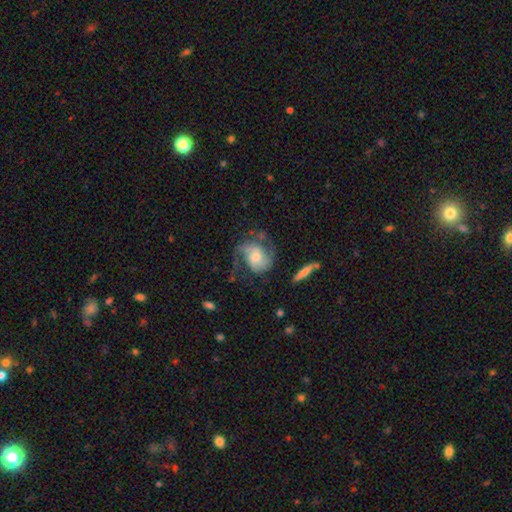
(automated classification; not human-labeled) Smooth or featured? Predicted: featured or disk (p=0.79). Edge-on disk? Predicted: no (p=0.97). Bar? Predicted: no (p=0.59). Spiral arms? Predicted: yes (p=0.95). Spiral winding? Predicted: medium (p=0.49). Spiral arm count? Predicted: 2 (p=0.78). Bulge size? Predicted: moderate (p=0.46). Merging? Predicted: none (p=0.58).